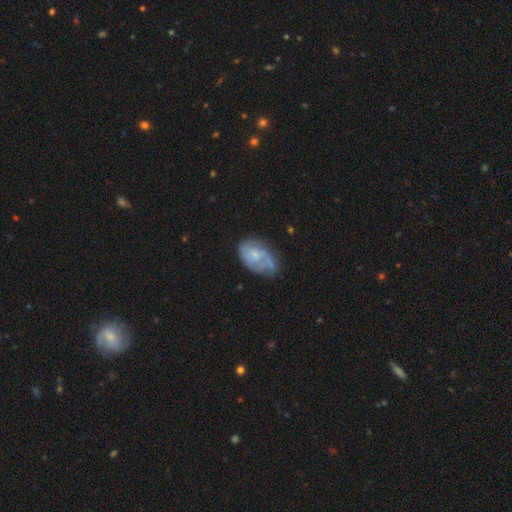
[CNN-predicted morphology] type=featured or disk (66%); edge-on=no (97%); bar=no (65%); spiral arms=yes (85%); winding=medium (41%, tied with tight); arm count=2 (37%); bulge=small (58%); merging=none (52%).